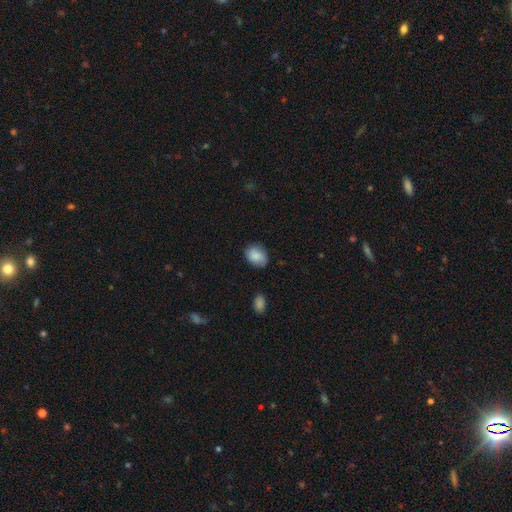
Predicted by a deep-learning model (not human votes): Q: Smooth or featured?
A: smooth (80%); runner-up: featured or disk (12%)
Q: How rounded?
A: in between (66%); runner-up: round (33%)
Q: Merging?
A: none (76%); runner-up: minor disturbance (18%)